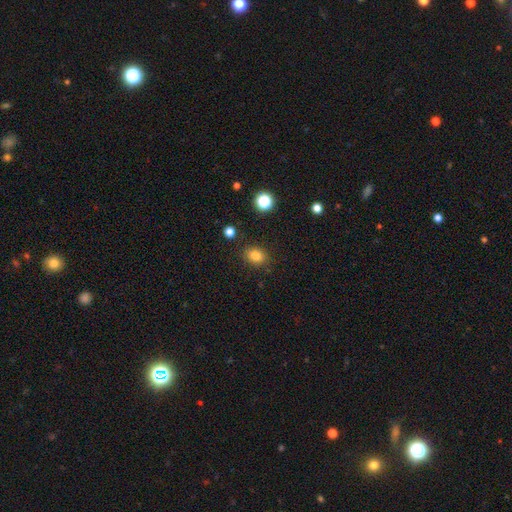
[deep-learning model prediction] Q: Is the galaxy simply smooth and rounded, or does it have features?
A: smooth — 81%.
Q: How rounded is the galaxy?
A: in between — 60%.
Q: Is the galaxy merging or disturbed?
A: none — 86%.